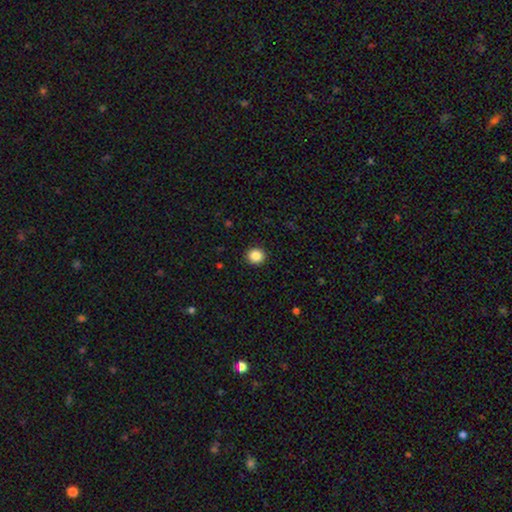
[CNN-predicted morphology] Smooth or featured? Predicted: smooth (p=0.87). How rounded? Predicted: round (p=0.90). Merging? Predicted: none (p=0.92).